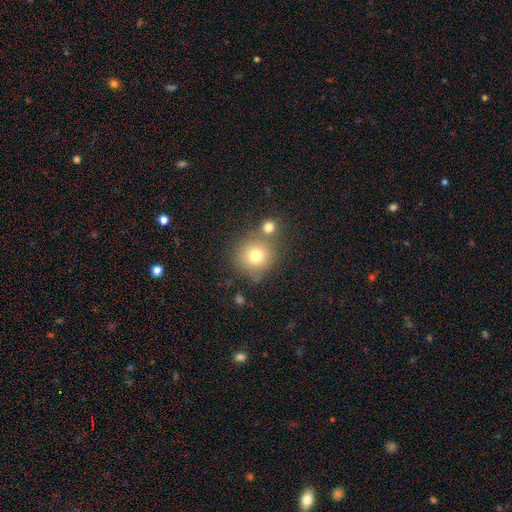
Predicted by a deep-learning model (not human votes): This appears to be a smooth galaxy with no disk features (75%) that is round (91%). Merging: none (63%).